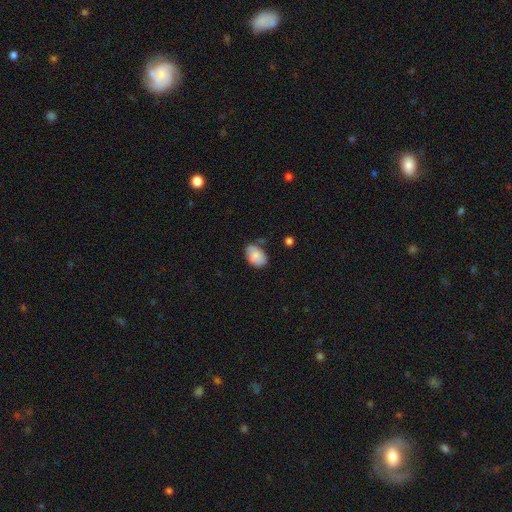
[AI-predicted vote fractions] A smooth galaxy with no disk features (84%) that is in between round and cigar-shaped (87%).

Vote fractions:
- Smooth or featured? smooth: 84% / featured or disk: 9% / star or artifact: 7%
- How rounded? in between: 87% / round: 12% / cigar-shaped: 1%
- Merging? none: 67% / minor disturbance: 24% / major disturbance: 5% / merger: 4%